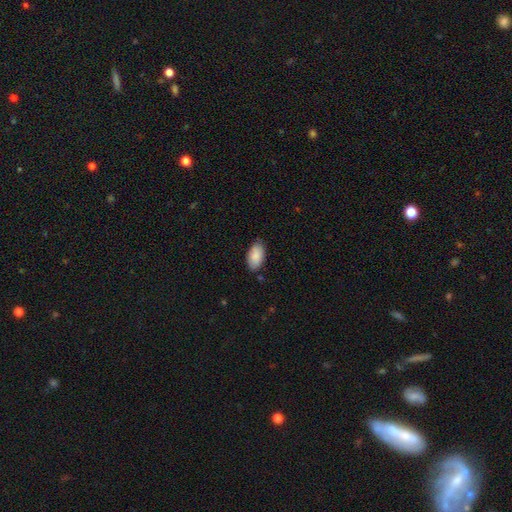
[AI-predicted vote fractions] Smooth or featured?
  - smooth: 88% *
  - star or artifact: 6%
  - featured or disk: 6%
How rounded?
  - in between: 95% *
  - round: 3%
  - cigar-shaped: 2%
Merging?
  - none: 80% *
  - minor disturbance: 16%
  - major disturbance: 3%
  - merger: 1%